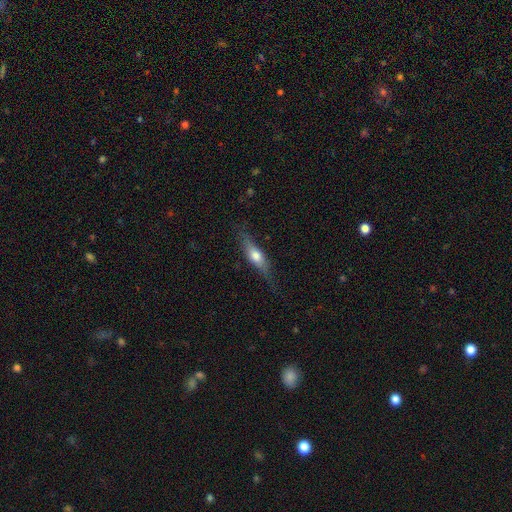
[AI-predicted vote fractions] The model was most divided on "smooth or featured": smooth: 51%, featured or disk: 43%, star or artifact: 7%. More confident: merging — none (72%); how rounded — cigar-shaped (62%).